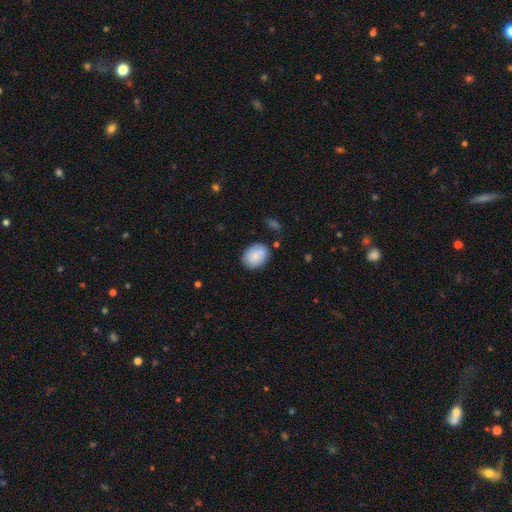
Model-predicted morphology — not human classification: Smooth or featured: smooth — 78% (featured or disk — 15%)
How rounded: in between — 71% (round — 28%)
Merging: none — 76% (minor disturbance — 16%)